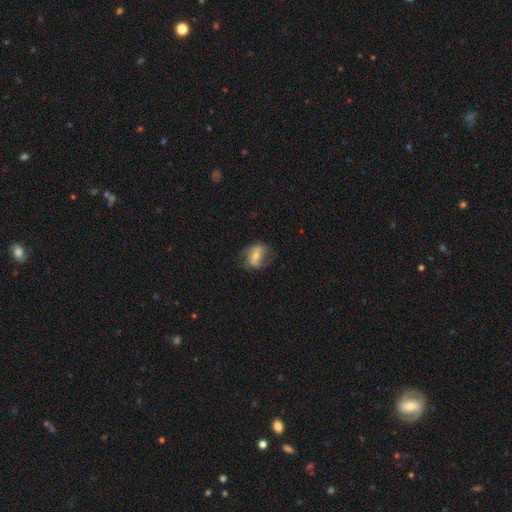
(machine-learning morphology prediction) smooth_or_featured: featured or disk (p=0.54) [alt: smooth p=0.38]
disk_edge_on: no (p=0.93) [alt: yes p=0.07]
bar: weak (p=0.36) [tied with: strong p=0.36]
has_spiral_arms: yes (p=0.67) [alt: no p=0.33]
bulge_size: moderate (p=0.57) [alt: small p=0.33]
merging: none (p=0.61) [alt: minor disturbance p=0.24]